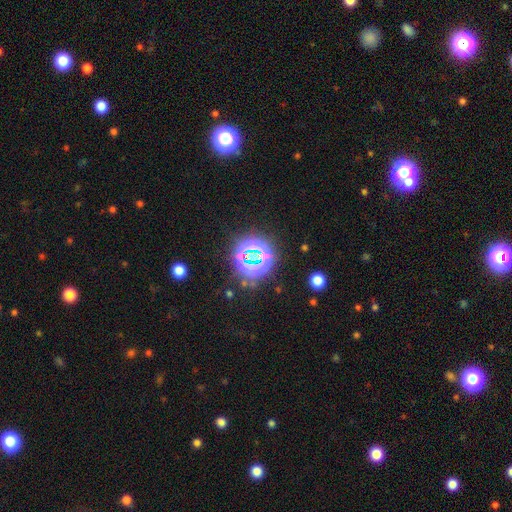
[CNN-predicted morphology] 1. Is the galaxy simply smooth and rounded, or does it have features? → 79% star or artifact, 14% smooth, 7% featured or disk.